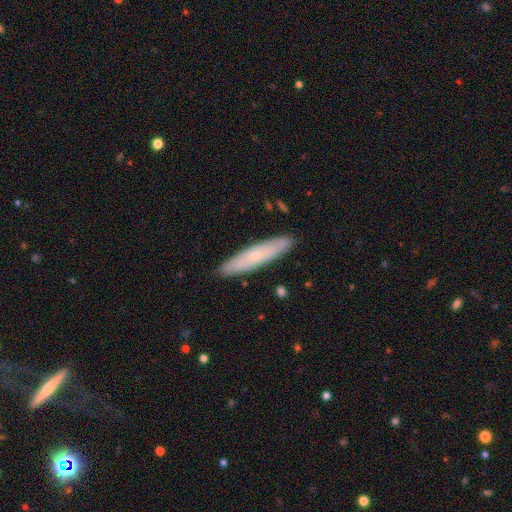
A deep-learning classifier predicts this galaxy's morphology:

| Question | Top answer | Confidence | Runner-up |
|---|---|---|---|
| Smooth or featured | smooth | 50% | featured or disk (43%) |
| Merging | none | 89% | minor disturbance (8%) |